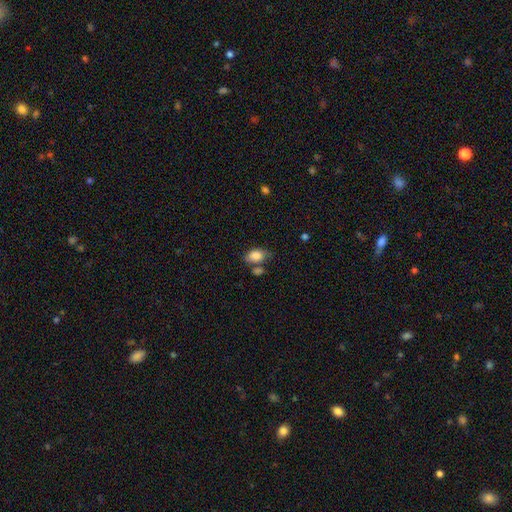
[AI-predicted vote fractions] Smooth or featured?
  - smooth: 84% *
  - featured or disk: 8%
  - star or artifact: 8%
How rounded?
  - in between: 88% *
  - round: 10%
  - cigar-shaped: 2%
Merging?
  - none: 51% *
  - minor disturbance: 22%
  - merger: 20%
  - major disturbance: 7%